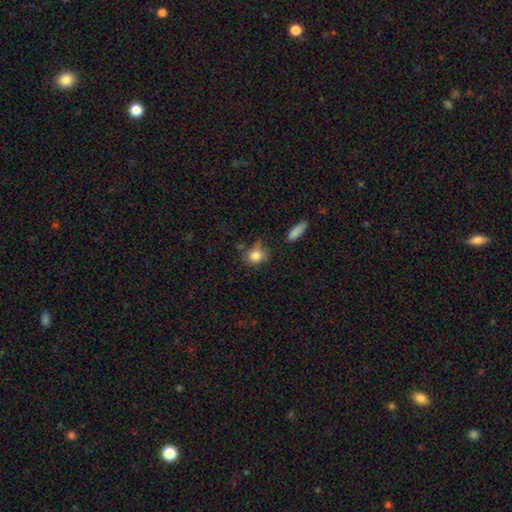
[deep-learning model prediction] Smooth or featured? Predicted: smooth (p=0.83). How rounded? Predicted: round (p=0.68). Merging? Predicted: none (p=0.59).